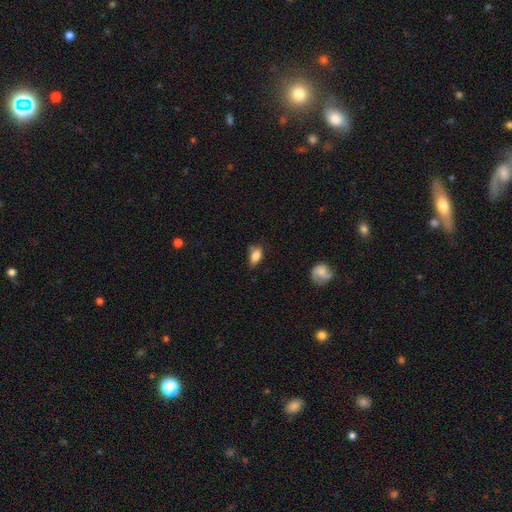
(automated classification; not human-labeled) This appears to be a smooth galaxy with no disk features (83%) that is in between round and cigar-shaped (88%). Merging: none (65%).